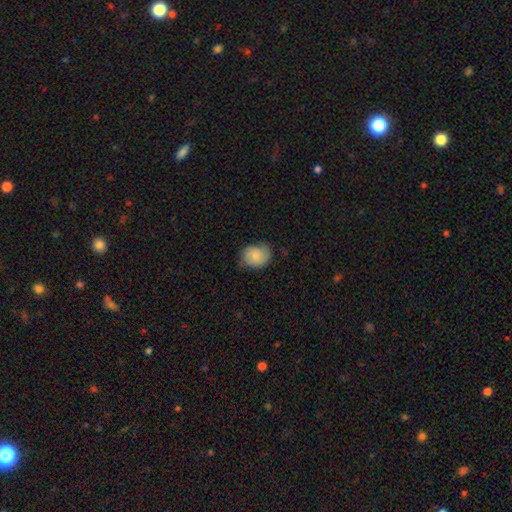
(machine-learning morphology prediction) Smooth or featured?
  - smooth: 80% *
  - featured or disk: 13%
  - star or artifact: 7%
How rounded?
  - round: 54% *
  - in between: 45%
  - cigar-shaped: 1%
Merging?
  - none: 64% *
  - minor disturbance: 29%
  - major disturbance: 6%
  - merger: 1%